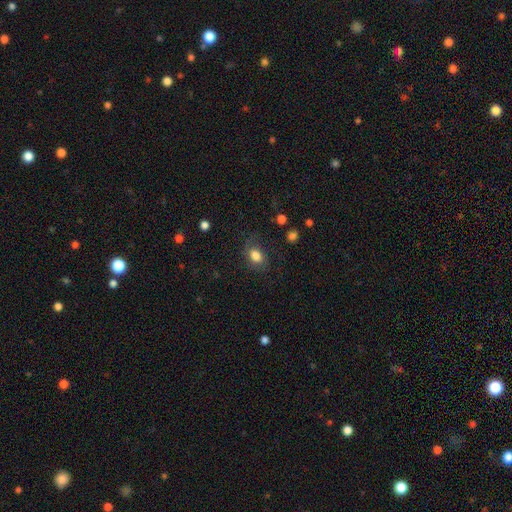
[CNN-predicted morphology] Smooth or featured? Predicted: smooth (p=0.80). How rounded? Predicted: in between (p=0.70). Merging? Predicted: none (p=0.69).